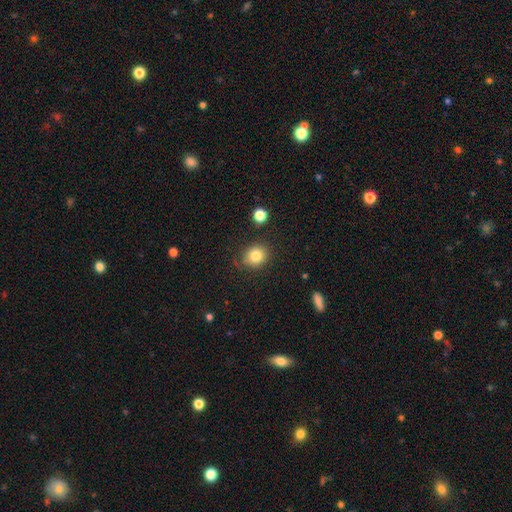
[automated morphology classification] Smooth or featured?
  - smooth: 81% *
  - star or artifact: 11%
  - featured or disk: 8%
How rounded?
  - round: 71% *
  - in between: 28%
  - cigar-shaped: 1%
Merging?
  - none: 80% *
  - minor disturbance: 13%
  - major disturbance: 4%
  - merger: 3%